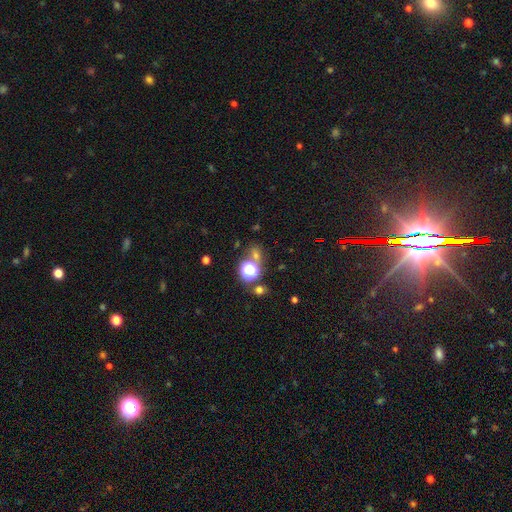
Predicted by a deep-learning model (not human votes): Smooth or featured?
  - star or artifact: 47% *
  - smooth: 45%
  - featured or disk: 8%